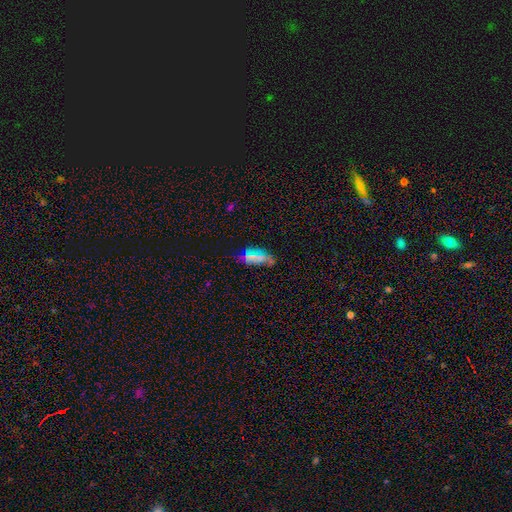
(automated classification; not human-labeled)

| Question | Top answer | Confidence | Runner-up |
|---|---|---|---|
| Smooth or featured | smooth | 56% | star or artifact (29%) |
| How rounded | in between | 85% | cigar-shaped (9%) |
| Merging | none | 66% | minor disturbance (22%) |